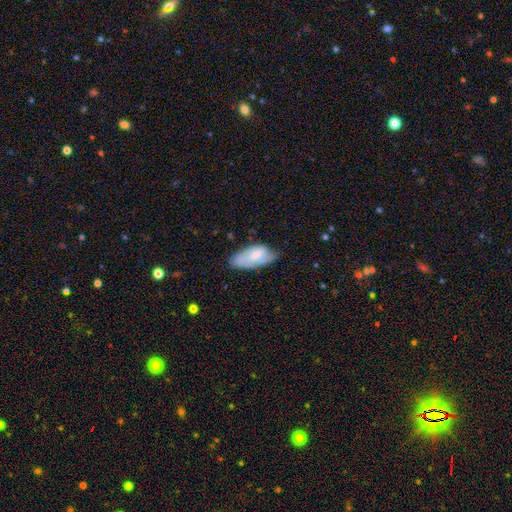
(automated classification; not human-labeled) Smooth or featured? smooth (56%)
How rounded? in between (89%)
Merging? none (47%)